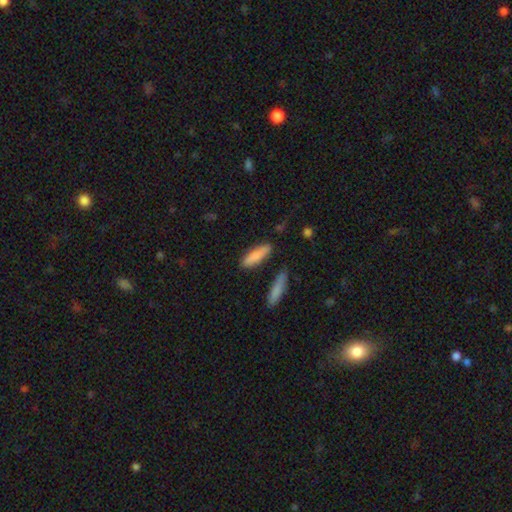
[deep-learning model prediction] smooth_or_featured: smooth (p=0.81) [alt: featured or disk p=0.13]
how_rounded: cigar-shaped (p=0.61) [alt: in between p=0.37]
merging: none (p=0.82) [alt: minor disturbance p=0.11]